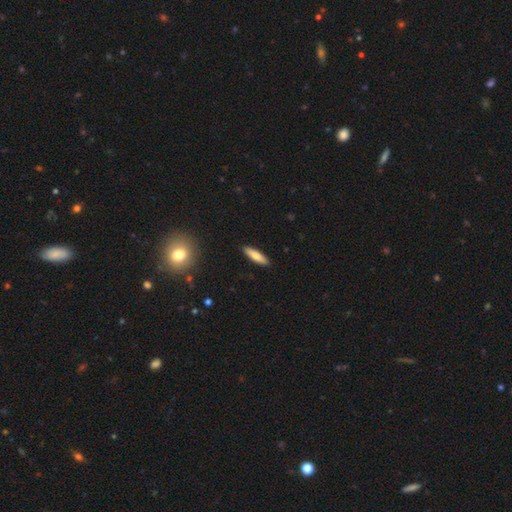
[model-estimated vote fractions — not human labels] Morphology: type=smooth (72%); roundness=cigar-shaped (73%); merging=none (90%).